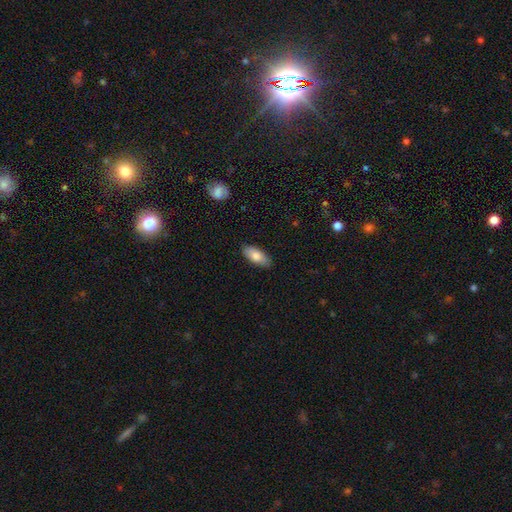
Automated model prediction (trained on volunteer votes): This appears to be a smooth galaxy with no disk features (80%) that is in between round and cigar-shaped (86%). Merging: none (87%).